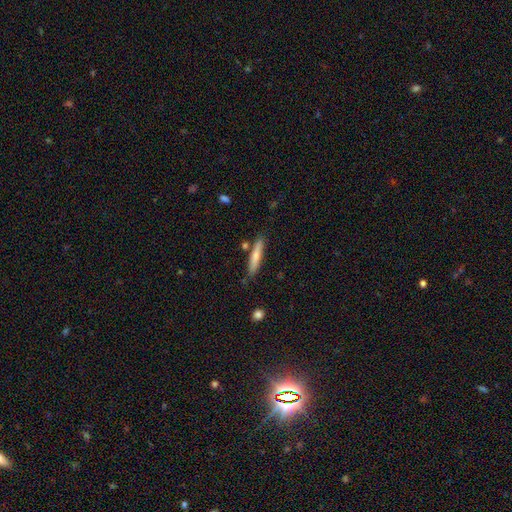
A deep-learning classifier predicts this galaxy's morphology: smooth_or_featured: smooth (p=0.66) [alt: featured or disk p=0.28]
how_rounded: cigar-shaped (p=0.90) [alt: in between p=0.08]
merging: none (p=0.80) [alt: minor disturbance p=0.13]